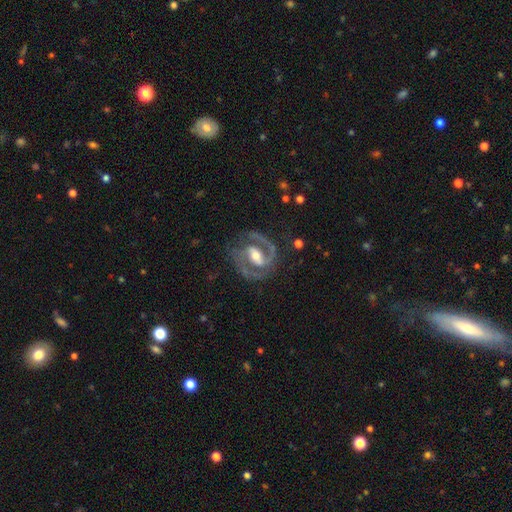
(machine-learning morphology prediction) smooth_or_featured: featured or disk (p=0.91) [alt: smooth p=0.05]
disk_edge_on: no (p=0.98) [alt: yes p=0.02]
bar: strong (p=0.44) [alt: weak p=0.40]
has_spiral_arms: yes (p=0.97) [alt: no p=0.03]
spiral_winding: medium (p=0.58) [alt: tight p=0.32]
spiral_arm_count: 2 (p=0.89) [alt: 1 p=0.04]
bulge_size: moderate (p=0.64) [alt: small p=0.24]
merging: none (p=0.76) [alt: minor disturbance p=0.15]